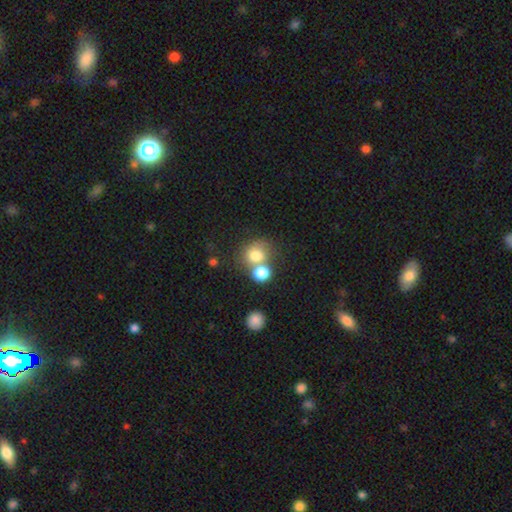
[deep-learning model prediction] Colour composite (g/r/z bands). It shows a smooth galaxy with no disk features (76%) that is round (70%). Merging: merger (48%).